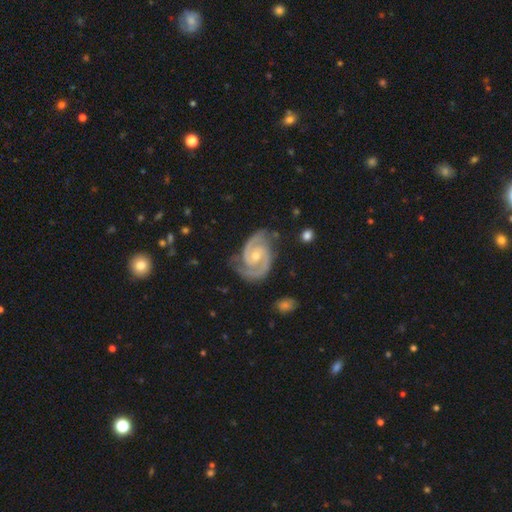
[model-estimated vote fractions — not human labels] This appears to be a featured or disk galaxy (93%) with no bar (53%), 2 (91%) medium (48%) spiral arms (99%) and a small central bulge (48%, tied with moderate). Merging: none (77%).